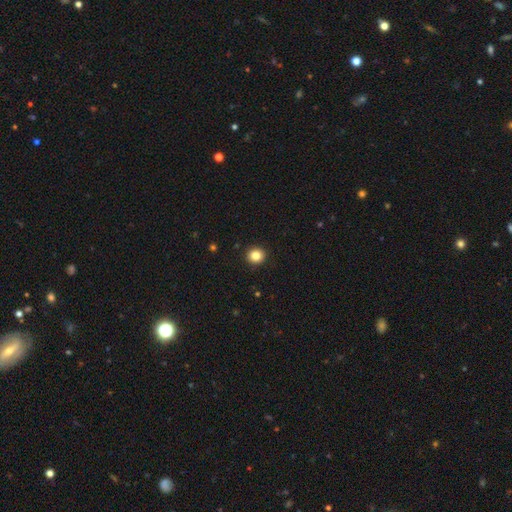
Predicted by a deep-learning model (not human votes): smooth 84%, star or artifact 11%, featured or disk 5%. Down the decision tree: how rounded — round (88%); merging — none (93%).